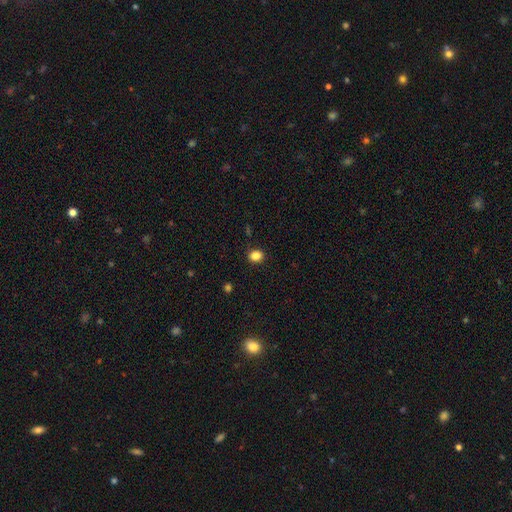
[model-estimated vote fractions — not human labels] Smooth or featured?
  - smooth: 86% *
  - star or artifact: 11%
  - featured or disk: 3%
How rounded?
  - round: 59% *
  - in between: 40%
  - cigar-shaped: 1%
Merging?
  - none: 89% *
  - minor disturbance: 7%
  - major disturbance: 2%
  - merger: 1%